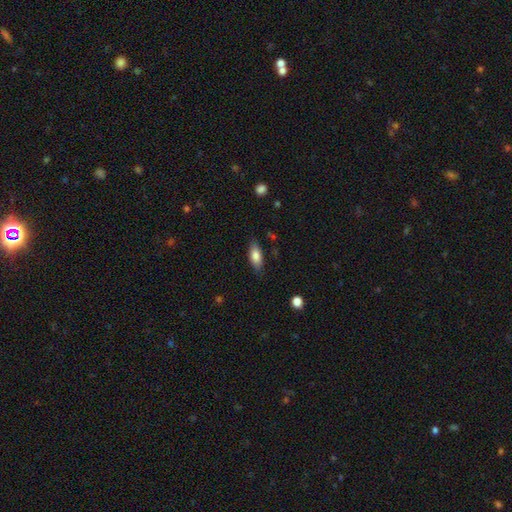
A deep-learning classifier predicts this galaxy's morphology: This is clearly a smooth galaxy (80%). How rounded: clearly in between (80%). Merging: clearly none (83%).